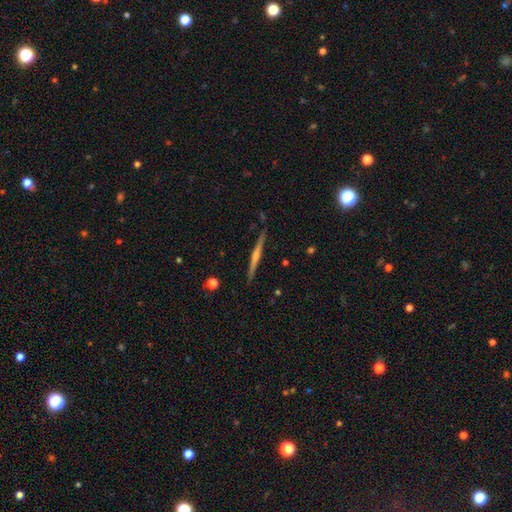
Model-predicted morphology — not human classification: smooth_or_featured: featured or disk (p=0.74) [alt: smooth p=0.20]
disk_edge_on: yes (p=0.98) [alt: no p=0.02]
edge_on_bulge: rounded (p=0.68) [alt: none p=0.23]
merging: none (p=0.91) [alt: minor disturbance p=0.07]